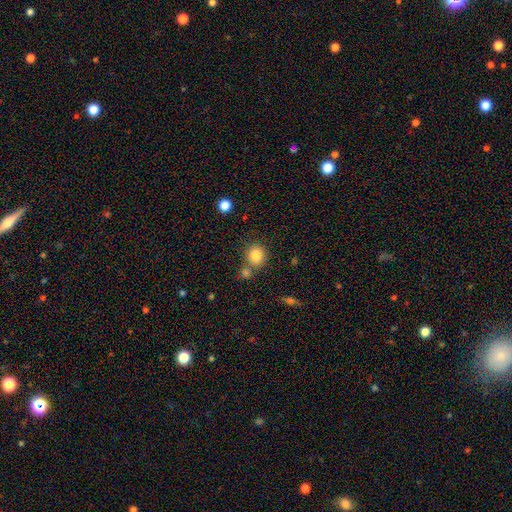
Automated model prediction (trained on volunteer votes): Smooth or featured: smooth — 84% (star or artifact — 10%)
How rounded: round — 78% (in between — 21%)
Merging: none — 64% (merger — 22%)